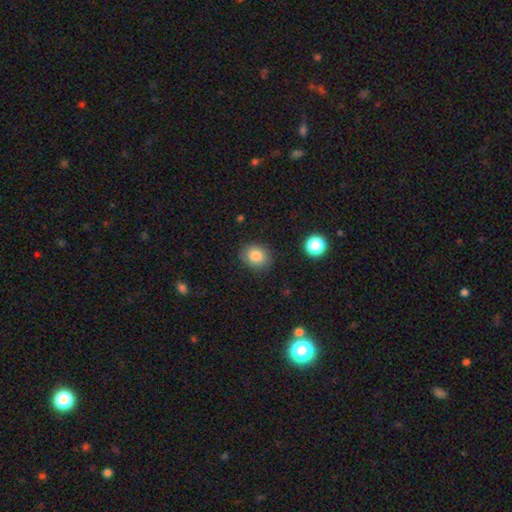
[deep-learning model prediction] smooth_or_featured: smooth (p=0.84) [alt: star or artifact p=0.10]
how_rounded: round (p=0.61) [alt: in between p=0.38]
merging: none (p=0.85) [alt: minor disturbance p=0.11]